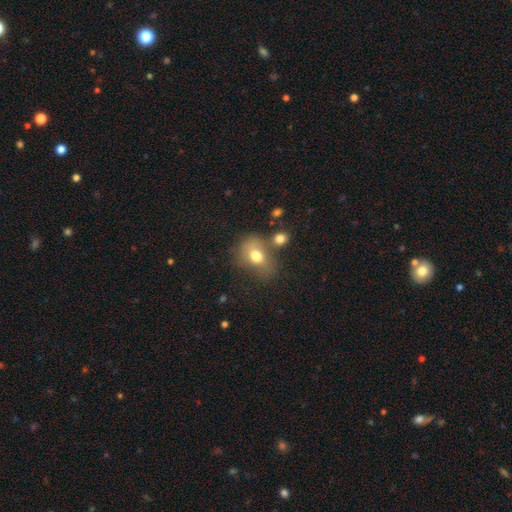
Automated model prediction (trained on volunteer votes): Overall: smooth (72%). How rounded: in between (67%; round 31%). Merging: none (40%; minor disturbance 23%).